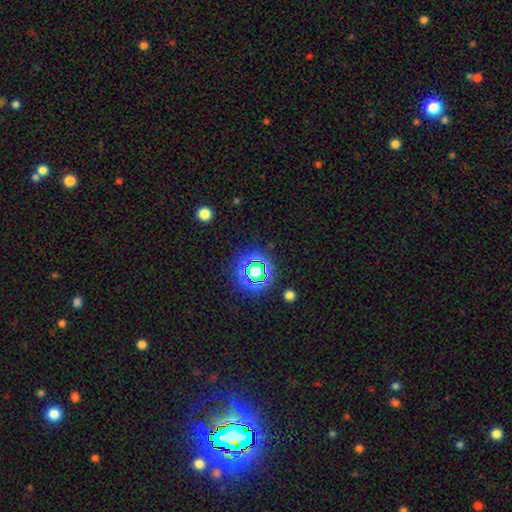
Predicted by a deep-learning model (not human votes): Smooth or featured?
  - star or artifact: 79% *
  - smooth: 14%
  - featured or disk: 7%